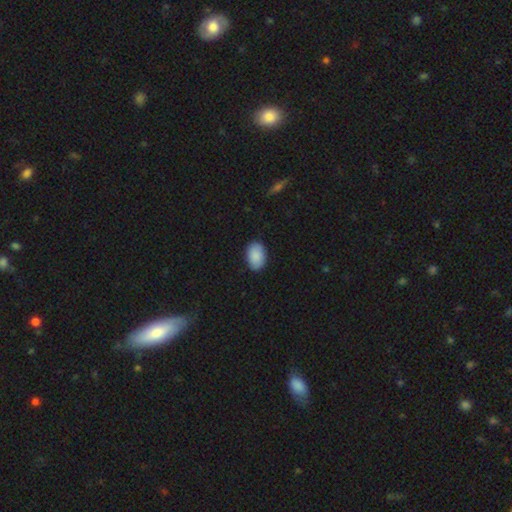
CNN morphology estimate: A smooth galaxy with no disk features (90%) that is in between round and cigar-shaped (89%).

Vote fractions:
- Smooth or featured? smooth: 90% / star or artifact: 6% / featured or disk: 4%
- How rounded? in between: 89% / round: 10% / cigar-shaped: 1%
- Merging? none: 87% / minor disturbance: 10% / major disturbance: 2% / merger: 1%